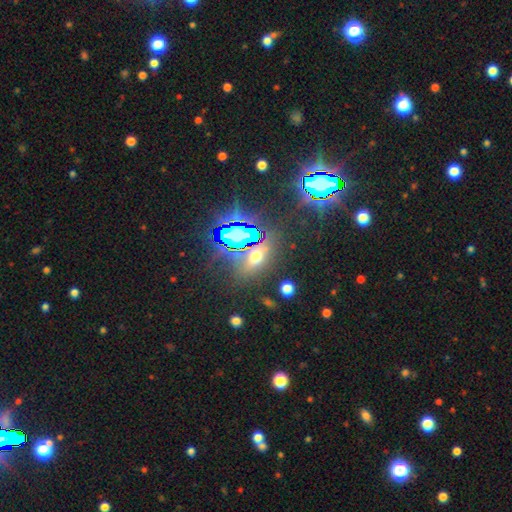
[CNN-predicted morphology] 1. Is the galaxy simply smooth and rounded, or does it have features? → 47% star or artifact, 38% smooth, 15% featured or disk.